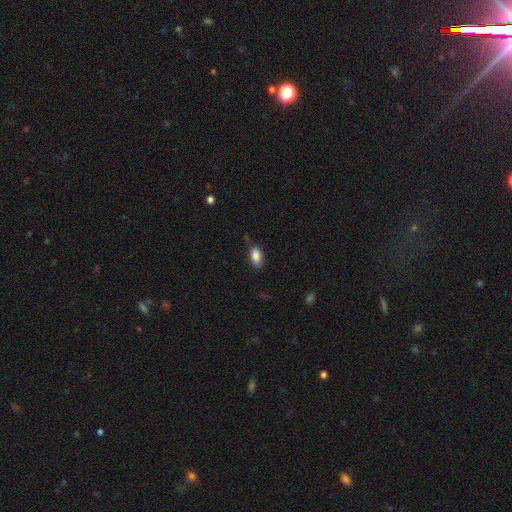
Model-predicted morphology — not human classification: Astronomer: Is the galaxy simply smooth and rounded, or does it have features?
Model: smooth — 87%.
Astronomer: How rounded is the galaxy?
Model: in between — 91%.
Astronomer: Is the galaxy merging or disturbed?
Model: none — 71%.